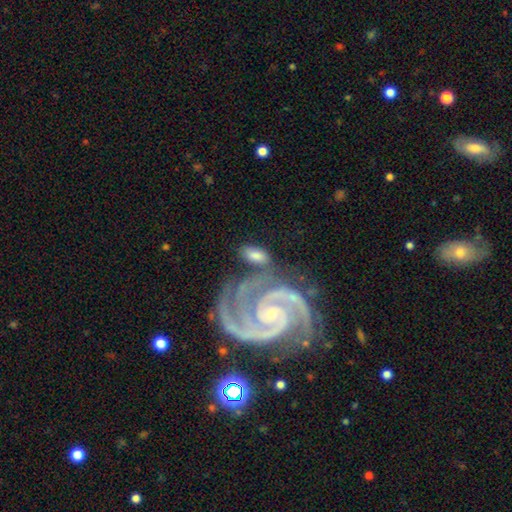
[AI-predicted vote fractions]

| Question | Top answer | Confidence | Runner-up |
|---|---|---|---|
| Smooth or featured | smooth | 48% | featured or disk (45%) |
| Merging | none | 54% | merger (19%) |